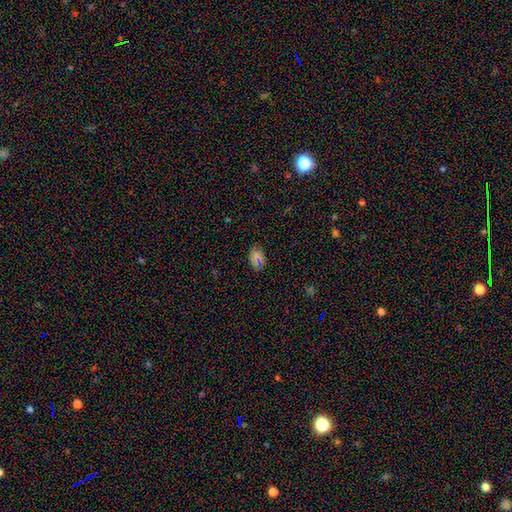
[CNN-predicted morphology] type=smooth (66%); roundness=in between (79%); merging=none (84%).